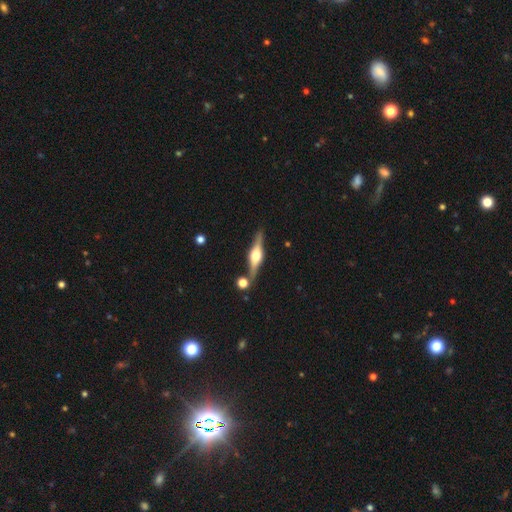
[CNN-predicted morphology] smooth_or_featured: featured or disk (p=0.80) [alt: smooth p=0.15]
disk_edge_on: yes (p=0.97) [alt: no p=0.03]
edge_on_bulge: rounded (p=0.92) [alt: boxy p=0.07]
merging: none (p=0.82) [alt: minor disturbance p=0.09]